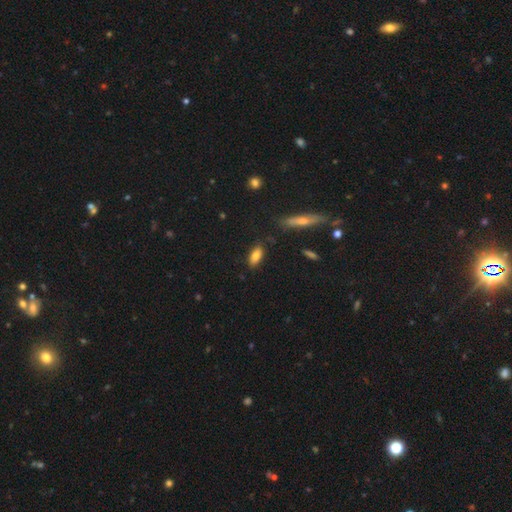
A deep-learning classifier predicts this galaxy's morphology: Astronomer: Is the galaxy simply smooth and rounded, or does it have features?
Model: smooth — 80%.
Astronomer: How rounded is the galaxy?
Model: in between — 81%.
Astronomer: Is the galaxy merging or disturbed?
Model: none — 81%.